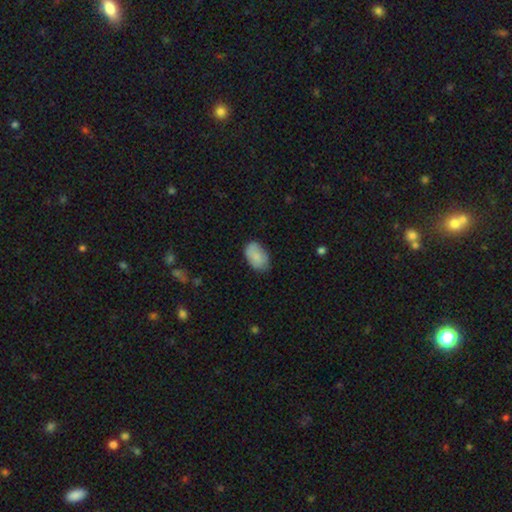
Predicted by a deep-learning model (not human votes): smooth 83%, featured or disk 11%, star or artifact 6%. Down the decision tree: how rounded — in between (91%); merging — none (71%).